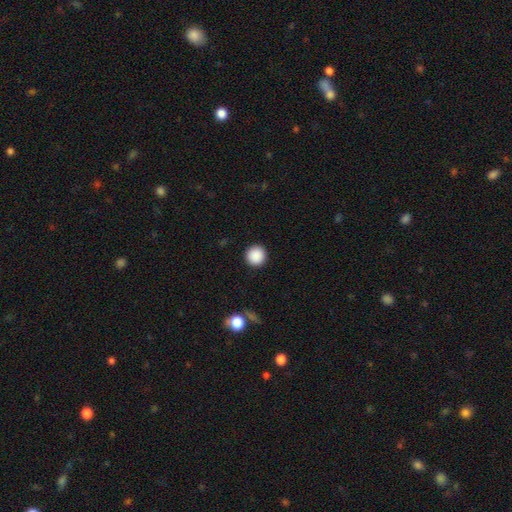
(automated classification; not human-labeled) Smooth or featured? smooth (89%)
How rounded? round (95%)
Merging? none (92%)